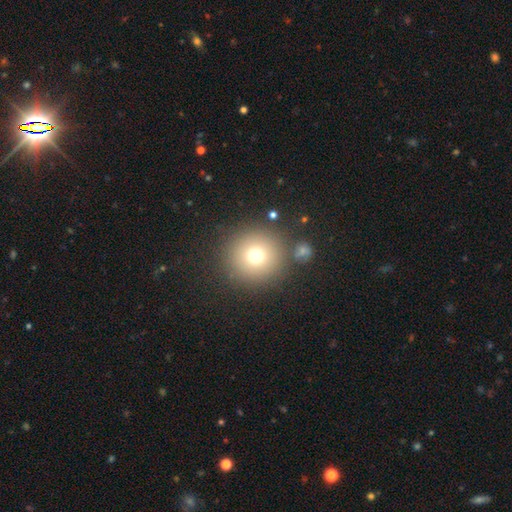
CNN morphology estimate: Overall: smooth (72%). How rounded: round (95%). Merging: none (83%).